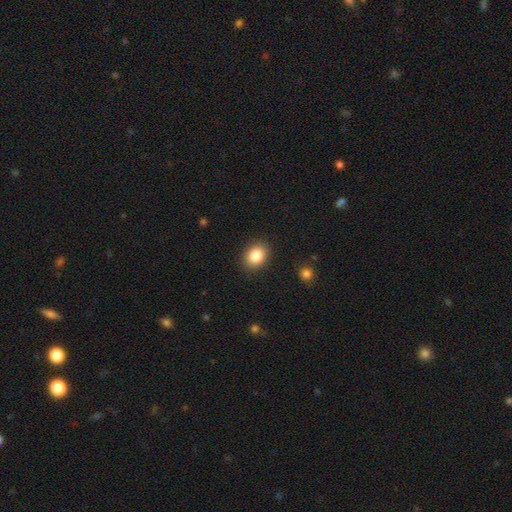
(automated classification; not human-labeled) A smooth galaxy with no disk features (85%) that is in between round and cigar-shaped (59%). Merging: none (89%).